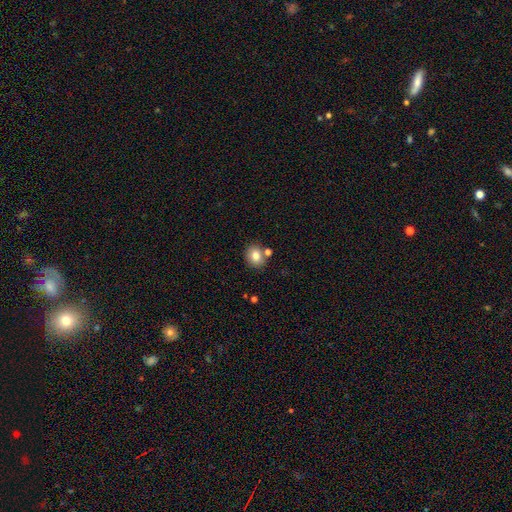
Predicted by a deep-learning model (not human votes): Q: Smooth or featured?
A: smooth (80%); runner-up: star or artifact (10%)
Q: How rounded?
A: round (67%); runner-up: in between (32%)
Q: Merging?
A: none (73%); runner-up: merger (14%)